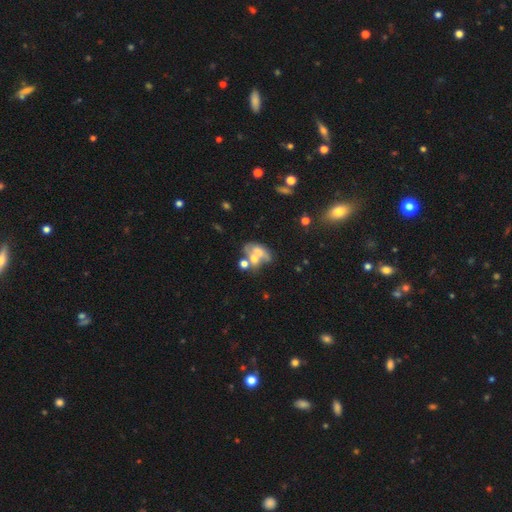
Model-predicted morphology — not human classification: type=featured or disk (46%); merging=merger (47%).